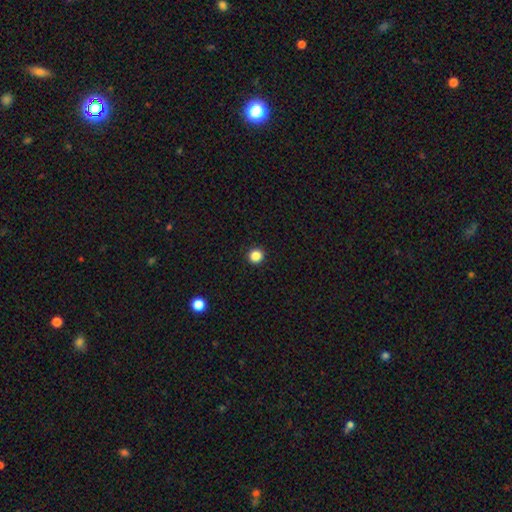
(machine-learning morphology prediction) This appears to be a smooth galaxy with no disk features (86%) that is round (95%). Merging: none (93%).